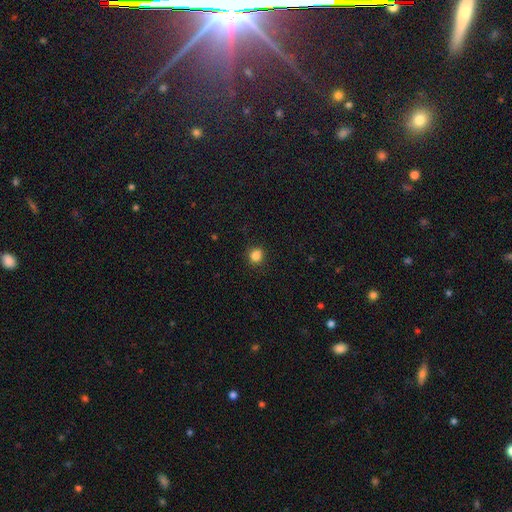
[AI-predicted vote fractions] smooth_or_featured: smooth (p=0.84) [alt: star or artifact p=0.12]
how_rounded: round (p=0.85) [alt: in between p=0.14]
merging: none (p=0.89) [alt: minor disturbance p=0.08]